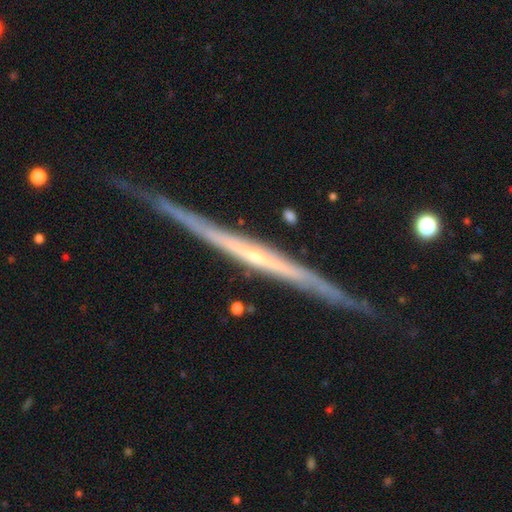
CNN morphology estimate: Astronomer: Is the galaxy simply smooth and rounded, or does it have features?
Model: featured or disk — 83%.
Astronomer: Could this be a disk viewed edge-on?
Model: yes — 97%.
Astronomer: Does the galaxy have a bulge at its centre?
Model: none — 64%.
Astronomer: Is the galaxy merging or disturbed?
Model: none — 79%.